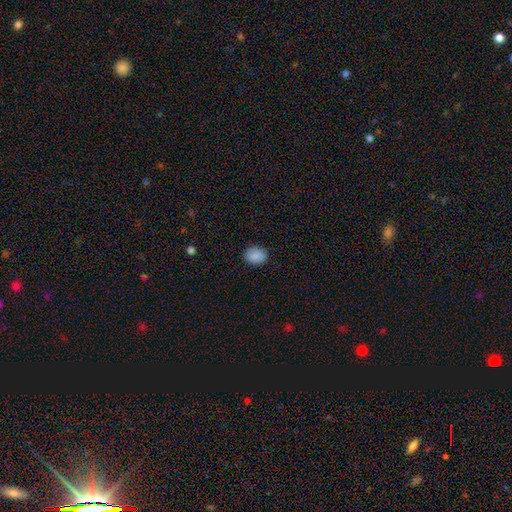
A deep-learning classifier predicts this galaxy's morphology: smooth 88%, star or artifact 8%, featured or disk 3%. Down the decision tree: how rounded — in between (52%); merging — none (86%).